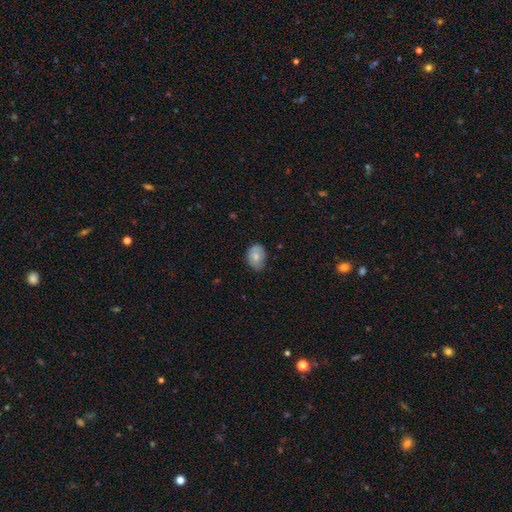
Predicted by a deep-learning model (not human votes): This is likely a smooth galaxy (75%). How rounded: likely in between (69%). Merging: likely none (70%).